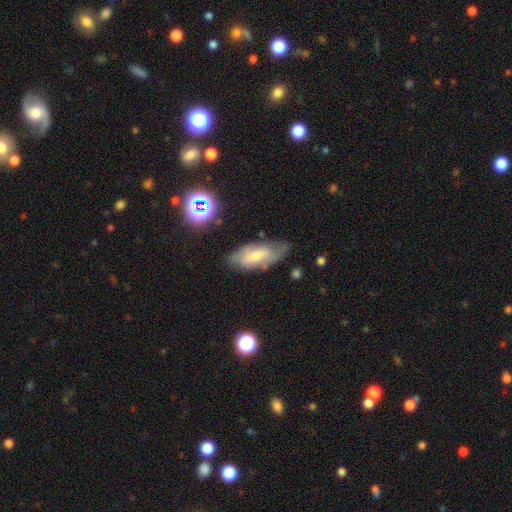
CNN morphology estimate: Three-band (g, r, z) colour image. It shows a smooth galaxy with no disk features (46%). Merging: none (62%).